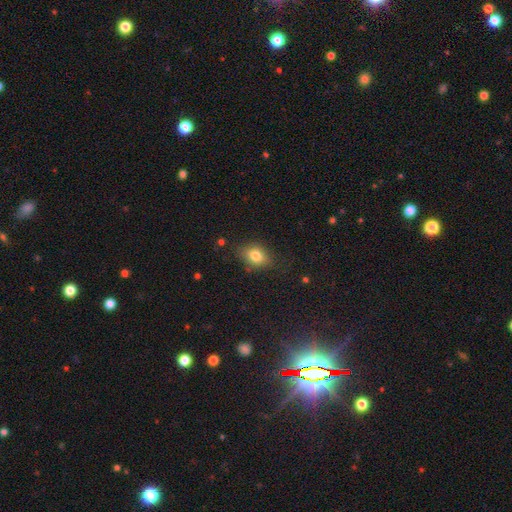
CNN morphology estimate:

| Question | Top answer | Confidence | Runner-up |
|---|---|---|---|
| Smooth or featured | smooth | 79% | star or artifact (11%) |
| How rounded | in between | 69% | round (29%) |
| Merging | none | 77% | minor disturbance (17%) |